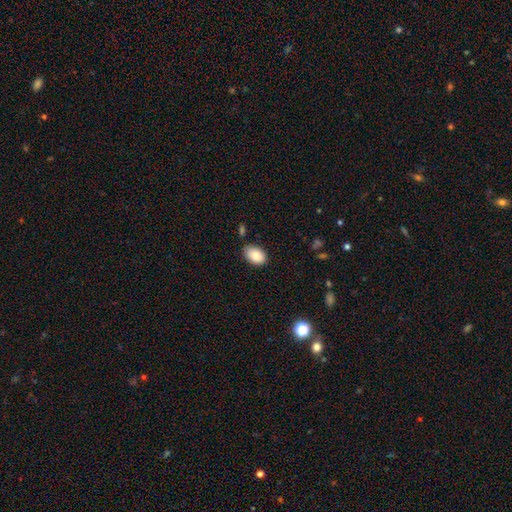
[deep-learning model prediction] A smooth galaxy with no disk features (88%) that is in between round and cigar-shaped (90%).

Vote fractions:
- Smooth or featured? smooth: 88% / star or artifact: 7% / featured or disk: 5%
- How rounded? in between: 90% / round: 9% / cigar-shaped: 1%
- Merging? none: 78% / minor disturbance: 16% / merger: 3% / major disturbance: 3%